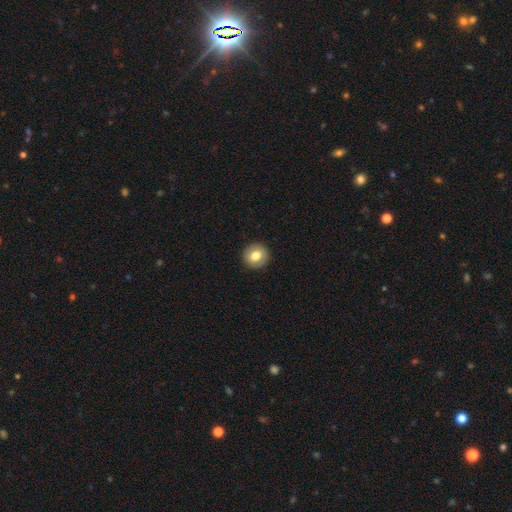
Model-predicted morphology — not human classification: type=smooth (76%); roundness=round (91%); merging=none (92%).